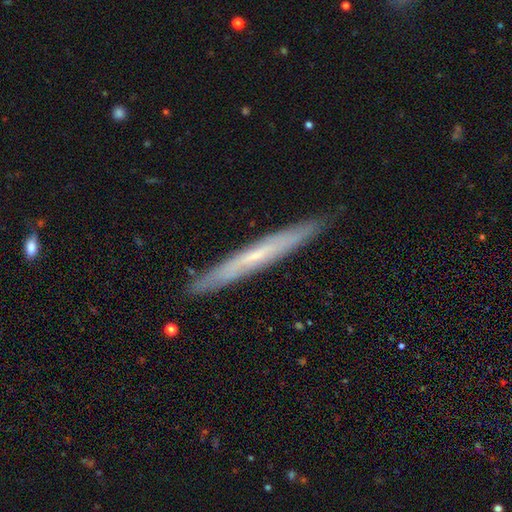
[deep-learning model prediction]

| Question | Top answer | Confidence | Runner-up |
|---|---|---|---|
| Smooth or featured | featured or disk | 59% | smooth (35%) |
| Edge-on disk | yes | 91% | no (9%) |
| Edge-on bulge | none | 71% | rounded (25%) |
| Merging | none | 89% | minor disturbance (8%) |